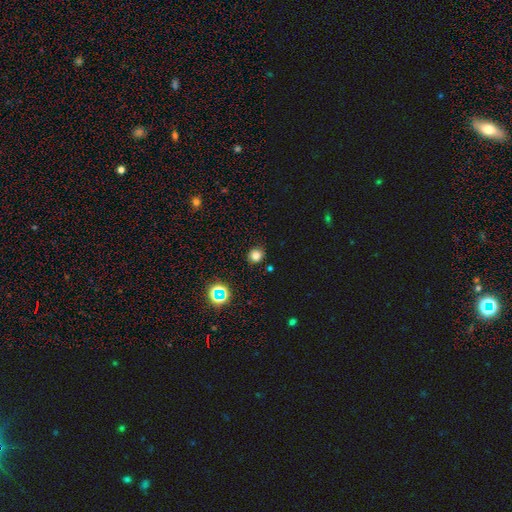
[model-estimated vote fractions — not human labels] Smooth or featured: smooth — 76% (star or artifact — 18%)
How rounded: round — 84% (in between — 15%)
Merging: none — 88% (minor disturbance — 8%)